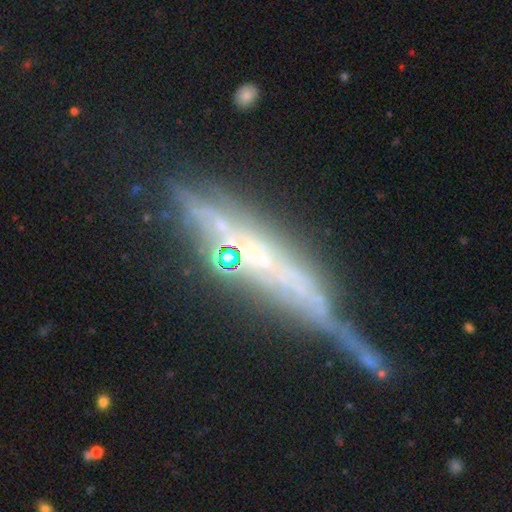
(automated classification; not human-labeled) Q: Smooth or featured?
A: featured or disk (74%); runner-up: star or artifact (13%)
Q: Edge-on disk?
A: yes (85%); runner-up: no (15%)
Q: Edge-on bulge?
A: none (48%); runner-up: rounded (32%)
Q: Merging?
A: none (48%); runner-up: minor disturbance (24%)